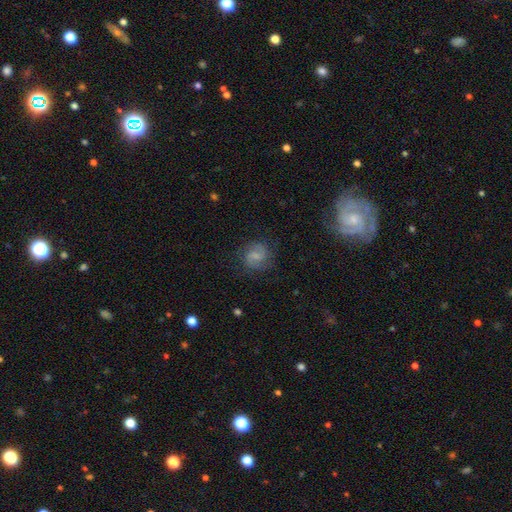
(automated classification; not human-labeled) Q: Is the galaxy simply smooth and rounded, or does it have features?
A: featured or disk — 64%.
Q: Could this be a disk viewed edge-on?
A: no — 98%.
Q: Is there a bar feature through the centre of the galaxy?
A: weak — 48%.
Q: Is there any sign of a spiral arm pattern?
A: yes — 94%.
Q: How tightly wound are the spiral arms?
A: medium — 51%.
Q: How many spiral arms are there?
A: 2 — 88%.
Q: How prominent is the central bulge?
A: small — 45%.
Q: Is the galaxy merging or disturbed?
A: none — 78%.